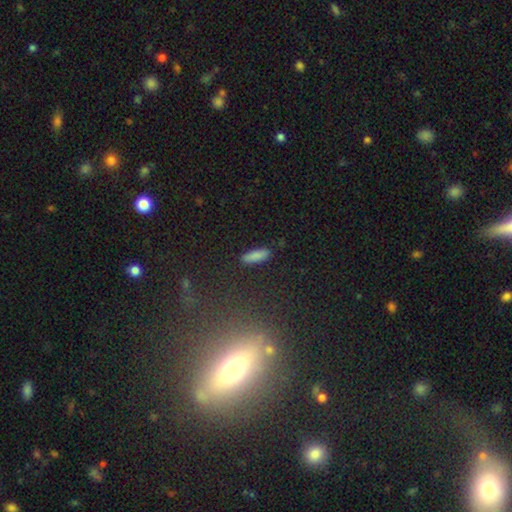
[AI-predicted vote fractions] A smooth galaxy with no disk features (86%) that is cigar-shaped (55%).

Vote fractions:
- Smooth or featured? smooth: 86% / star or artifact: 8% / featured or disk: 6%
- How rounded? cigar-shaped: 55% / in between: 43% / round: 2%
- Merging? none: 88% / minor disturbance: 9% / major disturbance: 2% / merger: 1%